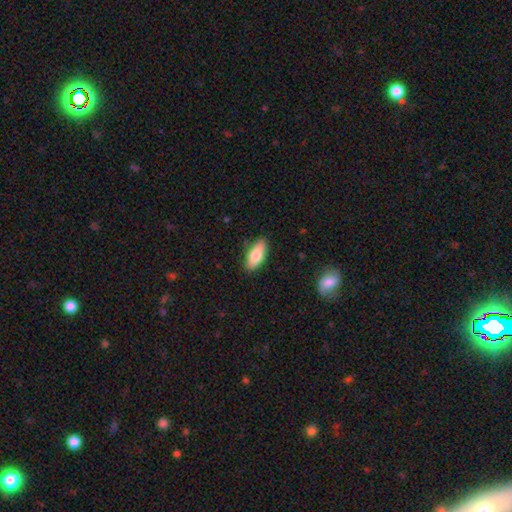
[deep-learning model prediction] smooth_or_featured: smooth (p=0.77) [alt: featured or disk p=0.16]
how_rounded: in between (p=0.83) [alt: cigar-shaped p=0.15]
merging: none (p=0.87) [alt: minor disturbance p=0.10]